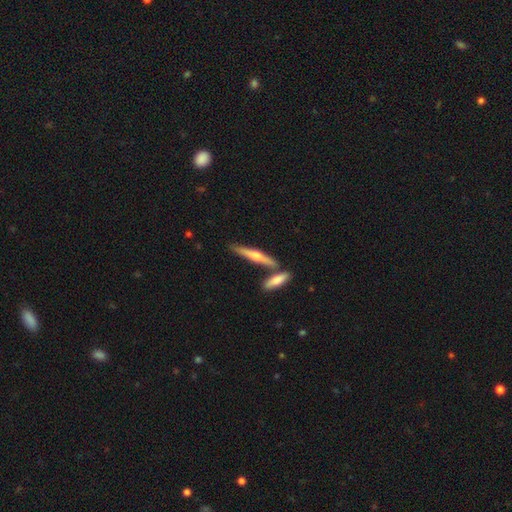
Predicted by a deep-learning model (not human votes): Smooth or featured: featured or disk — 56% (smooth — 37%)
Edge-on disk: yes — 95% (no — 5%)
Edge-on bulge: rounded — 81% (none — 12%)
Merging: none — 73% (merger — 16%)